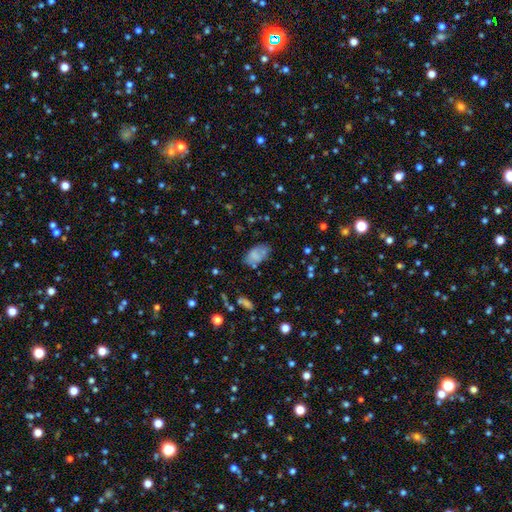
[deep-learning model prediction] This appears to be a smooth galaxy with no disk features (72%) that is in between round and cigar-shaped (91%). Merging: none (62%).